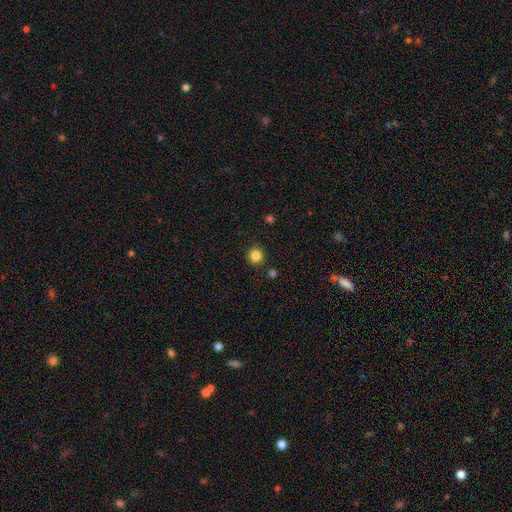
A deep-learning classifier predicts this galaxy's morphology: Overall: smooth (85%). How rounded: round (94%). Merging: none (90%).